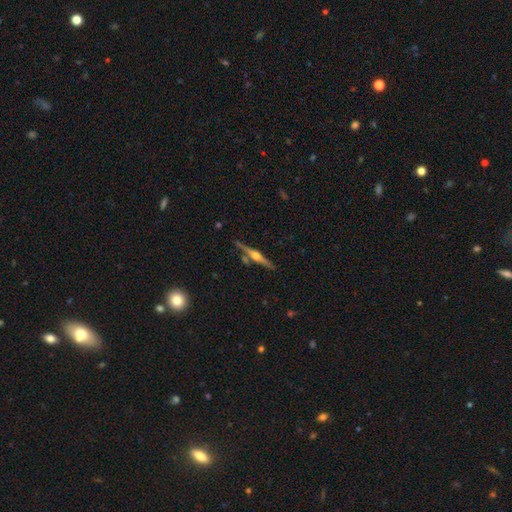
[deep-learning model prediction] Smooth or featured: featured or disk — 81% (smooth — 13%)
Edge-on disk: yes — 98% (no — 2%)
Edge-on bulge: rounded — 94% (boxy — 4%)
Merging: none — 81% (minor disturbance — 9%)